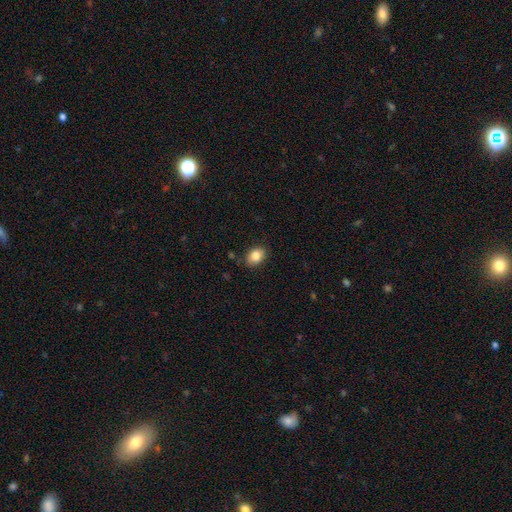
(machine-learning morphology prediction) smooth 84%, star or artifact 9%, featured or disk 7%. Down the decision tree: how rounded — in between (74%); merging — none (84%).